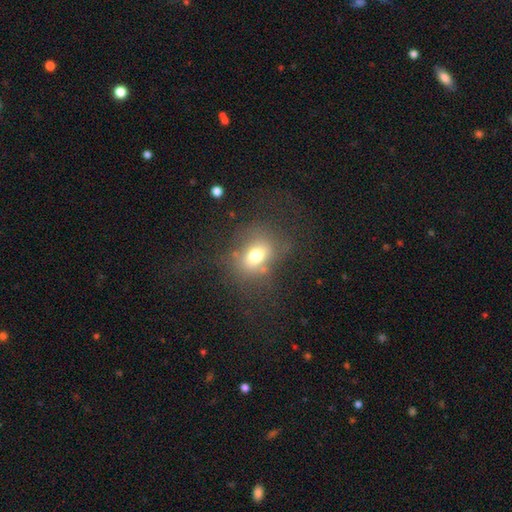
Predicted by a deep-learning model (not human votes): The model was most divided on "how rounded": in between: 54%, round: 44%, cigar-shaped: 2%. More confident: smooth or featured — smooth (68%); merging — none (62%).